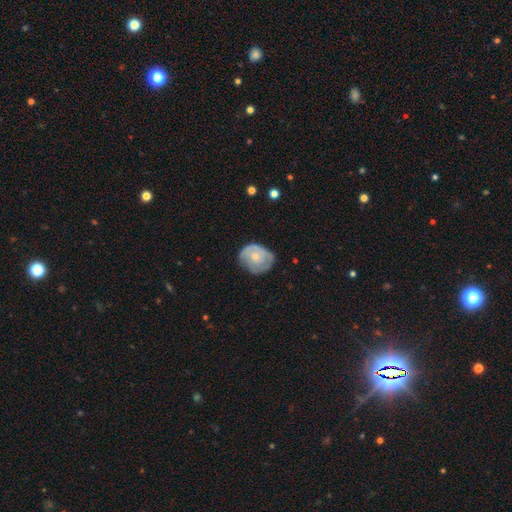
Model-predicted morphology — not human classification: A featured or disk galaxy (59%) with no bar (79%), spiral arms (76%) and a small central bulge (52%). Merging: none (64%).